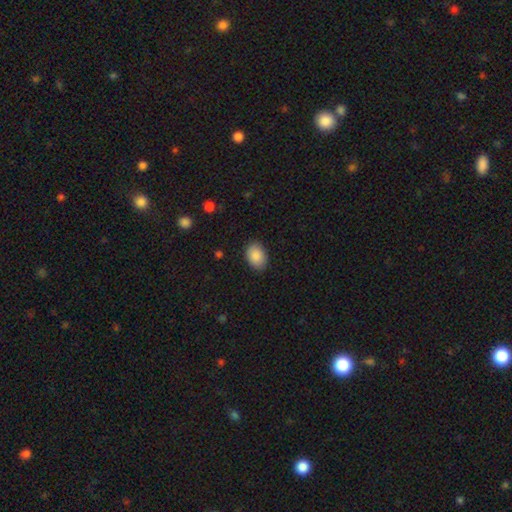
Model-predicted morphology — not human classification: The model was most divided on "how rounded": in between: 82%, round: 17%, cigar-shaped: 1%. More confident: smooth or featured — smooth (89%); merging — none (88%).